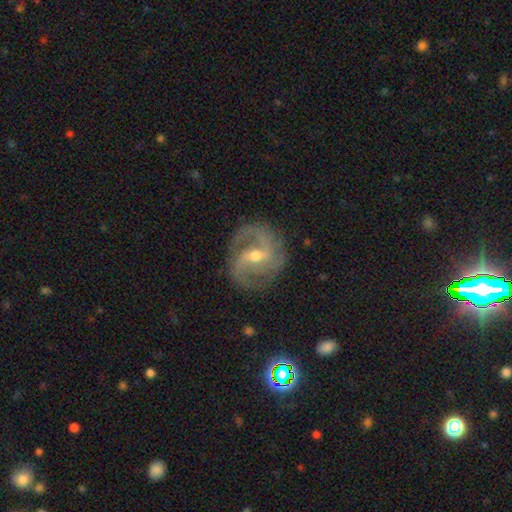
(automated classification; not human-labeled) Q: Smooth or featured?
A: featured or disk (88%); runner-up: smooth (7%)
Q: Edge-on disk?
A: no (97%); runner-up: yes (3%)
Q: Bar?
A: weak (50%); runner-up: strong (32%)
Q: Spiral arms?
A: yes (96%); runner-up: no (4%)
Q: Spiral winding?
A: medium (53%); runner-up: tight (25%)
Q: Spiral arm count?
A: 2 (60%); runner-up: 3 (21%)
Q: Bulge size?
A: moderate (58%); runner-up: small (38%)
Q: Merging?
A: none (77%); runner-up: minor disturbance (15%)